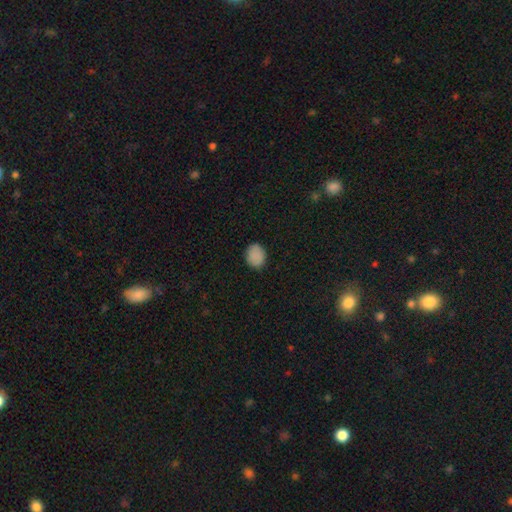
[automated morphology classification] smooth_or_featured: smooth (p=0.87) [alt: star or artifact p=0.10]
how_rounded: round (p=0.54) [alt: in between p=0.45]
merging: none (p=0.86) [alt: minor disturbance p=0.11]